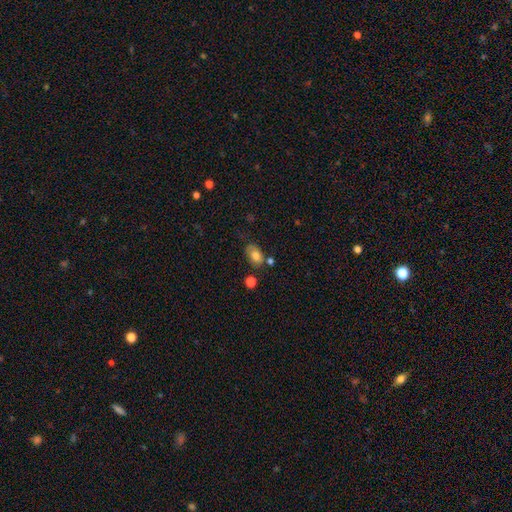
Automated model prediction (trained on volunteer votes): Morphology: type=smooth (80%); roundness=in between (85%); merging=none (64%).